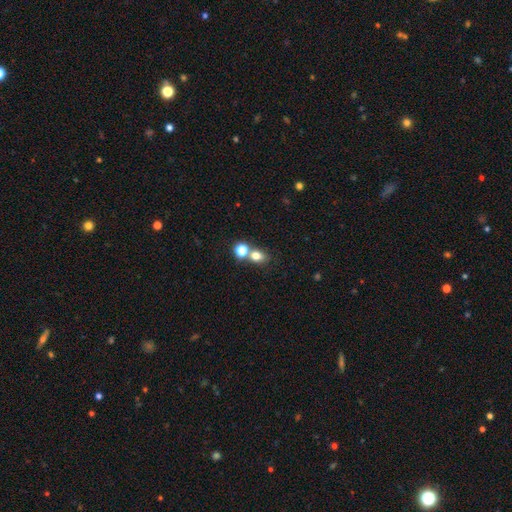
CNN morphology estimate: This is likely a smooth galaxy (75%). How rounded: possibly round (51%). Merging: possibly none (51%).